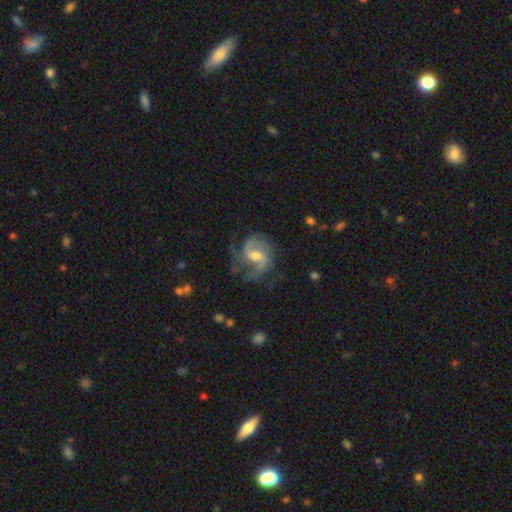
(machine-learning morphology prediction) featured or disk 86%, smooth 8%, star or artifact 6%. Down the decision tree: edge-on disk — no (98%); bar — weak (57%); spiral arms — yes (96%); spiral arm count — 2 (63%); spiral winding — medium (51%); bulge size — moderate (58%); merging — none (61%).